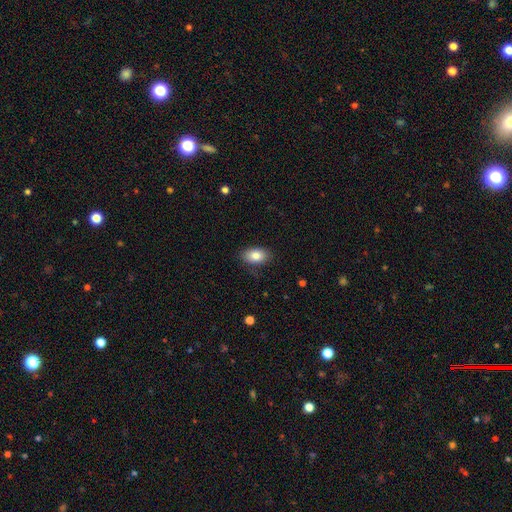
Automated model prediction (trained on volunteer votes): Smooth or featured?
  - smooth: 83% *
  - featured or disk: 9%
  - star or artifact: 8%
How rounded?
  - in between: 90% *
  - round: 8%
  - cigar-shaped: 2%
Merging?
  - none: 84% *
  - minor disturbance: 12%
  - major disturbance: 3%
  - merger: 1%